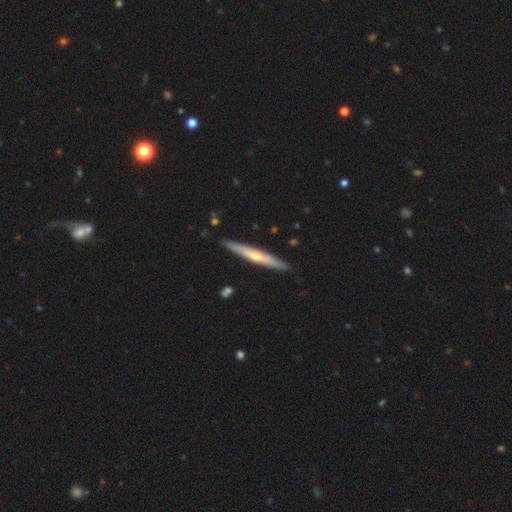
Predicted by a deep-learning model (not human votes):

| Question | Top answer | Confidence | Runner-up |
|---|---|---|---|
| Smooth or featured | featured or disk | 57% | smooth (38%) |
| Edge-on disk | yes | 95% | no (5%) |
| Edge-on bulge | rounded | 64% | none (32%) |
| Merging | none | 90% | minor disturbance (7%) |